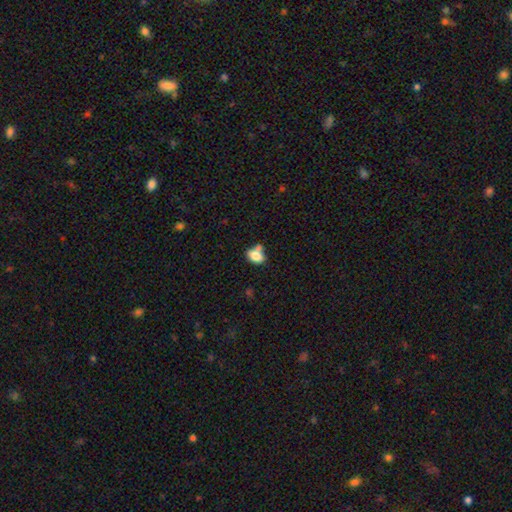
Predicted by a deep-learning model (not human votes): This appears to be a smooth galaxy with no disk features (80%) that is in between round and cigar-shaped (77%). Merging: none (47%).